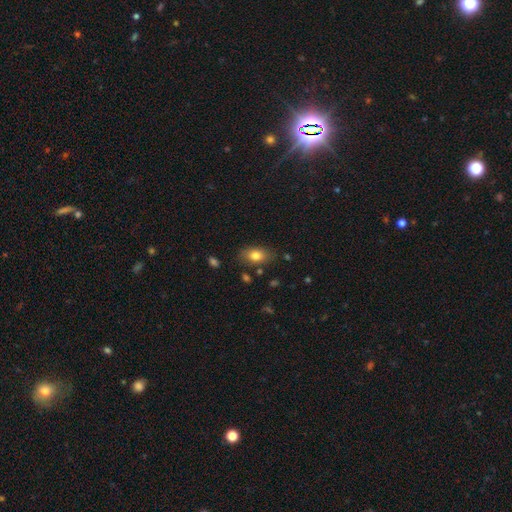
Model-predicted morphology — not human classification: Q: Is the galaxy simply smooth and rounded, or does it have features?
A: smooth — 80%.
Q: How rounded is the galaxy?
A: in between — 87%.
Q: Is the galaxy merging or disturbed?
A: none — 79%.